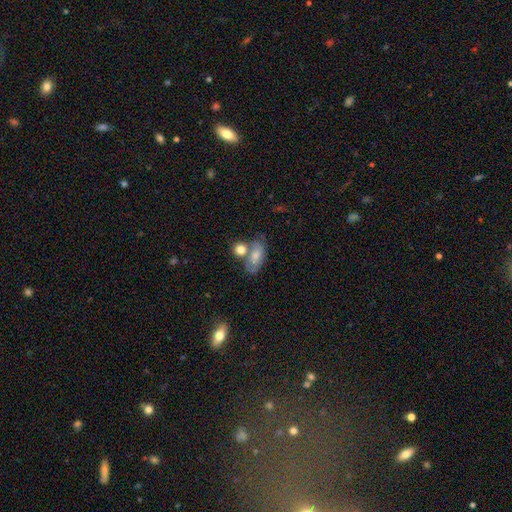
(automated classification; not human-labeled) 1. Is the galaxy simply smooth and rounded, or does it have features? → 72% smooth, 20% featured or disk, 8% star or artifact.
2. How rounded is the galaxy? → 79% in between, 13% round, 8% cigar-shaped.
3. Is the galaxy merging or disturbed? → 44% none, 33% merger, 16% minor disturbance, 7% major disturbance.